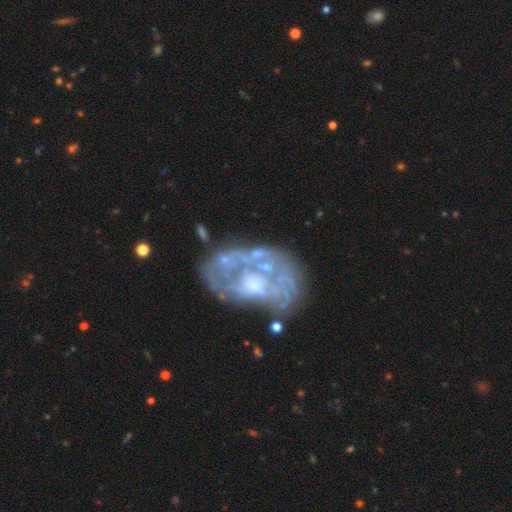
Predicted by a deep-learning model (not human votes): Smooth or featured?
  - featured or disk: 74% *
  - smooth: 17%
  - star or artifact: 8%
Edge-on disk?
  - no: 96% *
  - yes: 4%
Bar?
  - no: 83% *
  - weak: 14%
  - strong: 3%
Spiral arms?
  - no: 61% *
  - yes: 39%
Bulge size?
  - moderate: 41% *
  - small: 32%
  - none: 20%
  - large: 6%
  - dominant: 2%
Merging?
  - none: 51% *
  - minor disturbance: 21%
  - major disturbance: 20%
  - merger: 8%